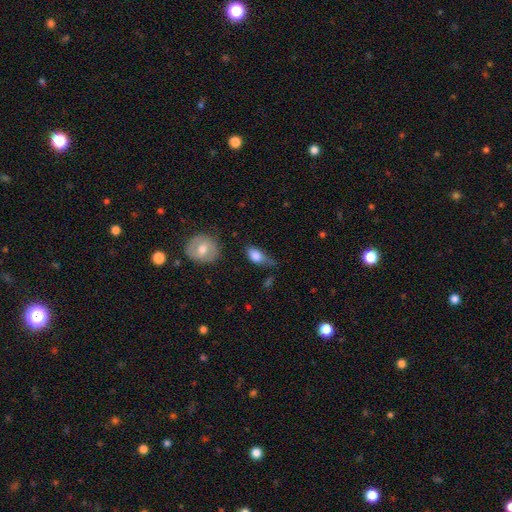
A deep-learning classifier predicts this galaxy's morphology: smooth-or-featured: smooth: 80% | featured or disk: 13% | star or artifact: 7%
  how-rounded: in between: 85% | round: 9% | cigar-shaped: 6%
  merging: minor disturbance: 40% | none: 36% | major disturbance: 19% | merger: 4%